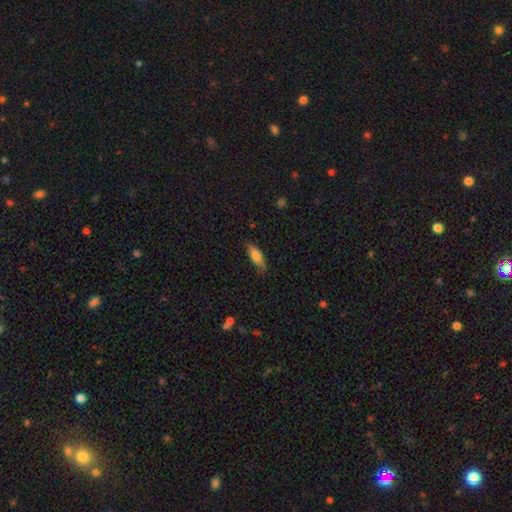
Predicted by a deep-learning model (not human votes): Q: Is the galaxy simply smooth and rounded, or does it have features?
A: smooth — 70%.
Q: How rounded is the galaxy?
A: in between — 51%.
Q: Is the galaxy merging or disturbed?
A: none — 79%.